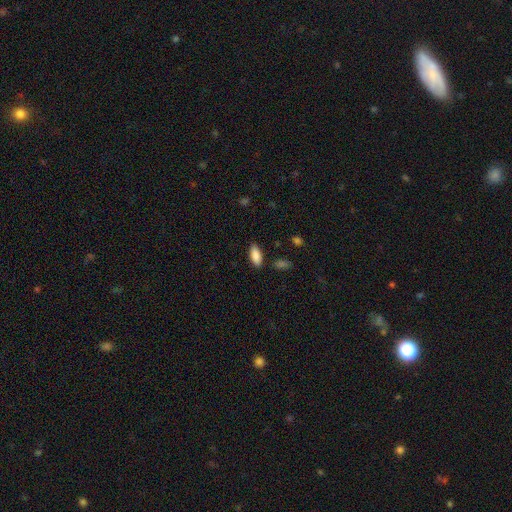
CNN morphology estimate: Smooth or featured?
  - smooth: 87% *
  - featured or disk: 7%
  - star or artifact: 7%
How rounded?
  - in between: 83% *
  - cigar-shaped: 15%
  - round: 2%
Merging?
  - none: 84% *
  - minor disturbance: 11%
  - major disturbance: 2%
  - merger: 2%